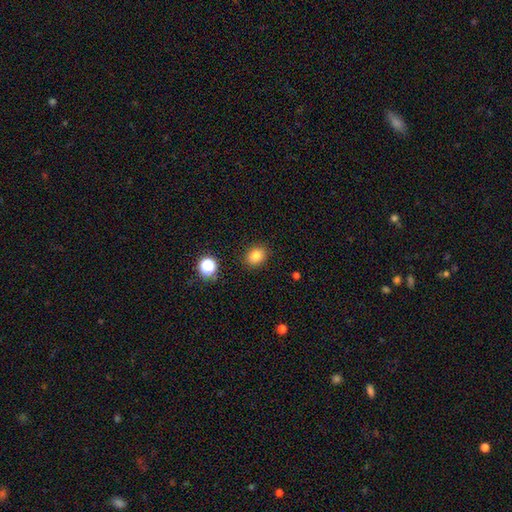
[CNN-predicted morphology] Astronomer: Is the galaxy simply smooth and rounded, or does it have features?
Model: smooth — 82%.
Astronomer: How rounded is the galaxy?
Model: round — 51% (runner-up: in between, 48%).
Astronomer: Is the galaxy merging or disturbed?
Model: none — 88%.